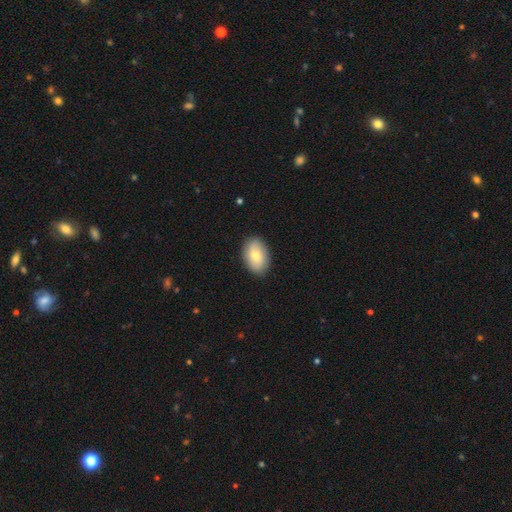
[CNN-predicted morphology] Smooth or featured? Predicted: smooth (p=0.78). How rounded? Predicted: in between (p=0.89). Merging? Predicted: none (p=0.89).